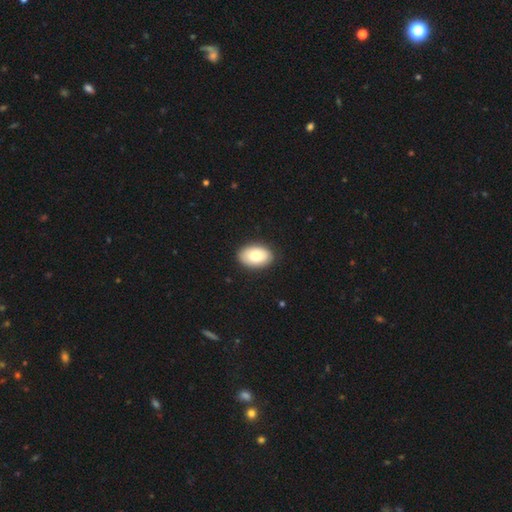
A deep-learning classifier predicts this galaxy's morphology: smooth-or-featured: smooth: 80% | featured or disk: 13% | star or artifact: 6%
  how-rounded: in between: 91% | round: 8% | cigar-shaped: 1%
  merging: none: 89% | minor disturbance: 8% | major disturbance: 2% | merger: 1%